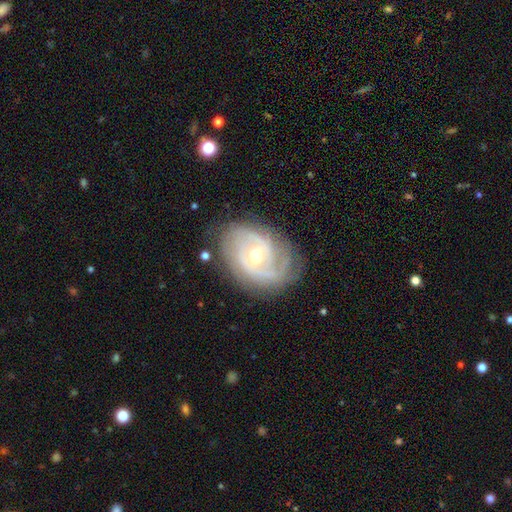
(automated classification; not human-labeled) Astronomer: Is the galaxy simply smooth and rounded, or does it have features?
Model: featured or disk — 87%.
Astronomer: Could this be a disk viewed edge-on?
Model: no — 97%.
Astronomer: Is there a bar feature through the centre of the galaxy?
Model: no — 48% (runner-up: weak, 41%).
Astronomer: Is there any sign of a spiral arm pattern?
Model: yes — 95%.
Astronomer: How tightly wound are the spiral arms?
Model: tight — 65%.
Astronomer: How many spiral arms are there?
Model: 2 — 42% (runner-up: can't tell, 25%).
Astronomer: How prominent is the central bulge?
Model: moderate — 59% (runner-up: small, 37%).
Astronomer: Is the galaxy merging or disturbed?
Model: none — 74%.